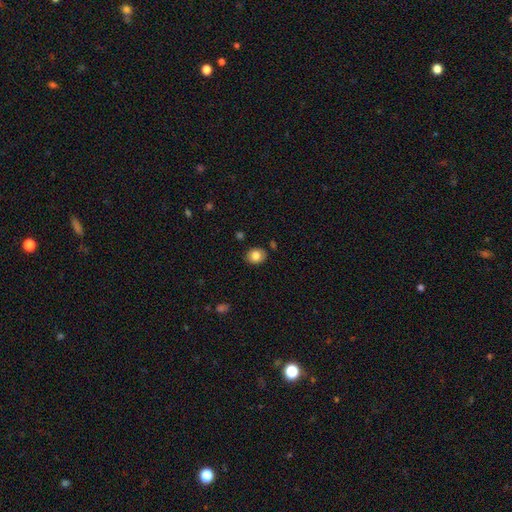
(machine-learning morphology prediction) This is clearly a smooth galaxy (83%). How rounded: possibly round (55%). Merging: clearly none (86%).